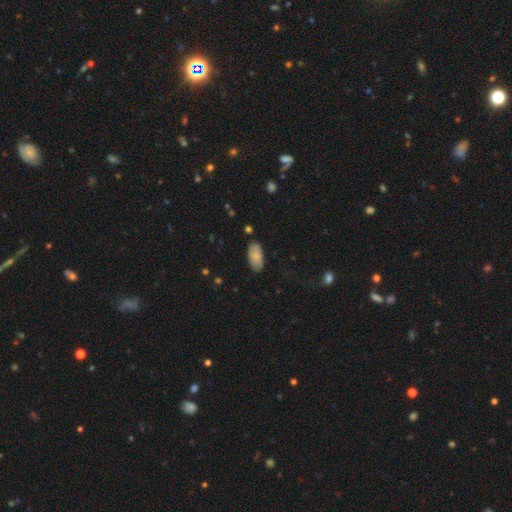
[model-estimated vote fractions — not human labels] A smooth galaxy with no disk features (85%) that is in between round and cigar-shaped (93%). Merging: none (85%).